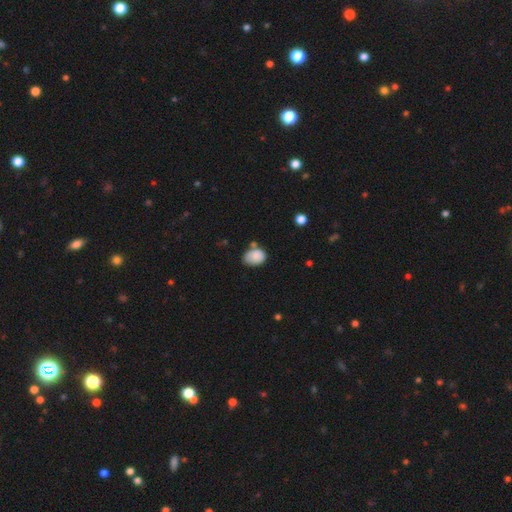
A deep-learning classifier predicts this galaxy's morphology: Smooth or featured? smooth (85%)
How rounded? in between (72%)
Merging? none (54%)